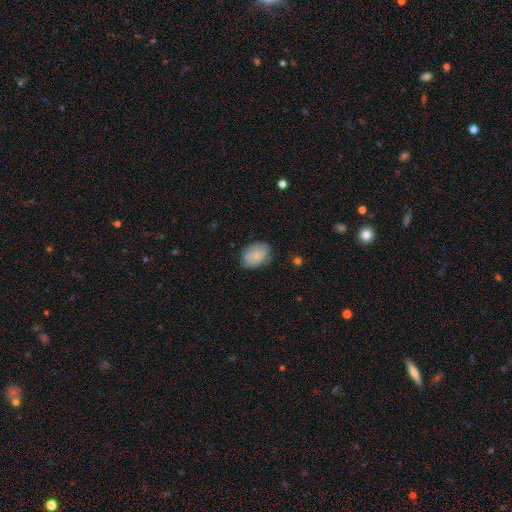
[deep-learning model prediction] The model was most divided on "merging": none: 76%, minor disturbance: 19%, major disturbance: 4%, merger: 1%. More confident: how rounded — in between (81%); smooth or featured — smooth (78%).